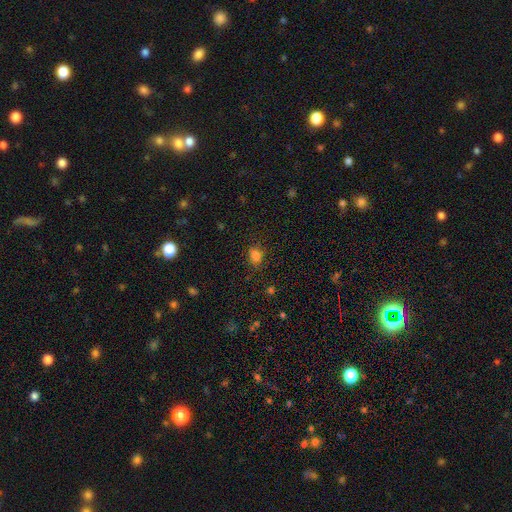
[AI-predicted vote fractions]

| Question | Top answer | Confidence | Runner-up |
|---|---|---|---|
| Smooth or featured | smooth | 77% | star or artifact (17%) |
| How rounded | in between | 61% | round (37%) |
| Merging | none | 71% | minor disturbance (19%) |